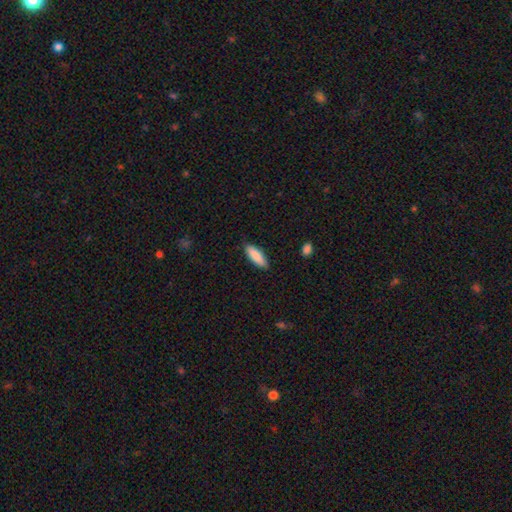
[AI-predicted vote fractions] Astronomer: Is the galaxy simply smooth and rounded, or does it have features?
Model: smooth — 87%.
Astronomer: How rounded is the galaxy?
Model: in between — 58% (runner-up: cigar-shaped, 40%).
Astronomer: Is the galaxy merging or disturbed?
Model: none — 86%.